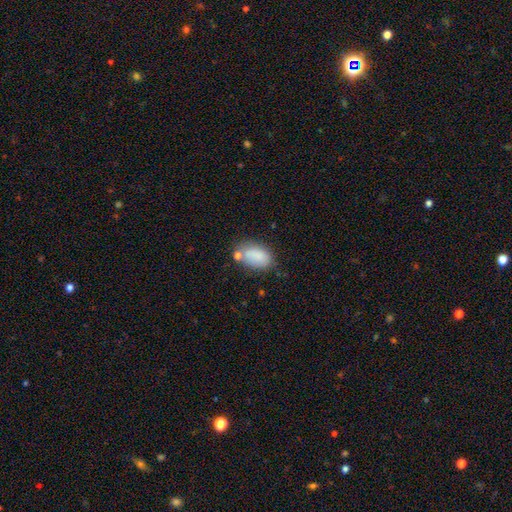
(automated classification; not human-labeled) smooth-or-featured: smooth: 82% | featured or disk: 10% | star or artifact: 8%
  how-rounded: in between: 89% | round: 9% | cigar-shaped: 2%
  merging: none: 57% | minor disturbance: 23% | merger: 13% | major disturbance: 7%